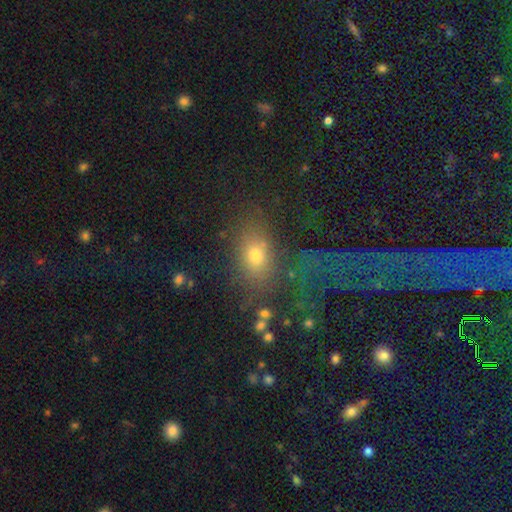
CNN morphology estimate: Smooth or featured? Predicted: smooth (p=0.67). How rounded? Predicted: in between (p=0.69). Merging? Predicted: none (p=0.52).